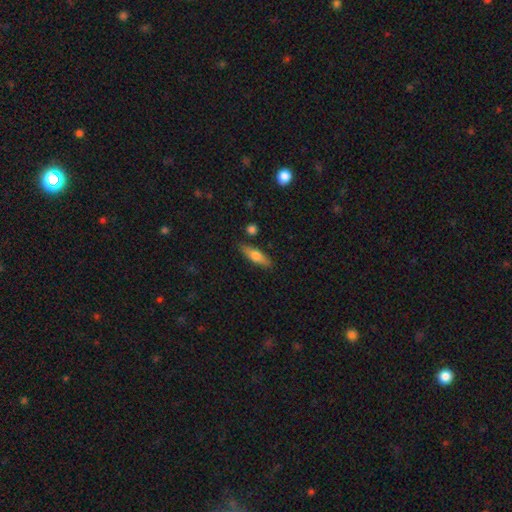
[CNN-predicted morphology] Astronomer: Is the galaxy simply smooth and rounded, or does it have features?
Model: smooth — 62%.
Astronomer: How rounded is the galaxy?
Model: cigar-shaped — 56% (runner-up: in between, 41%).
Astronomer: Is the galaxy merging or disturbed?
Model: none — 83%.